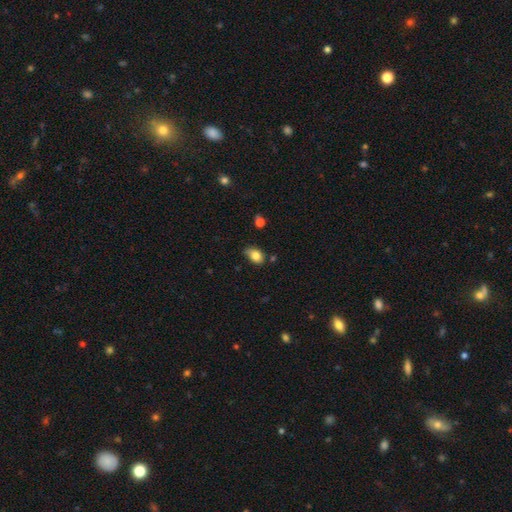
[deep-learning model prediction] Smooth or featured?
  - smooth: 81% *
  - featured or disk: 10%
  - star or artifact: 9%
How rounded?
  - in between: 83% *
  - round: 15%
  - cigar-shaped: 2%
Merging?
  - none: 62% *
  - minor disturbance: 29%
  - major disturbance: 5%
  - merger: 4%